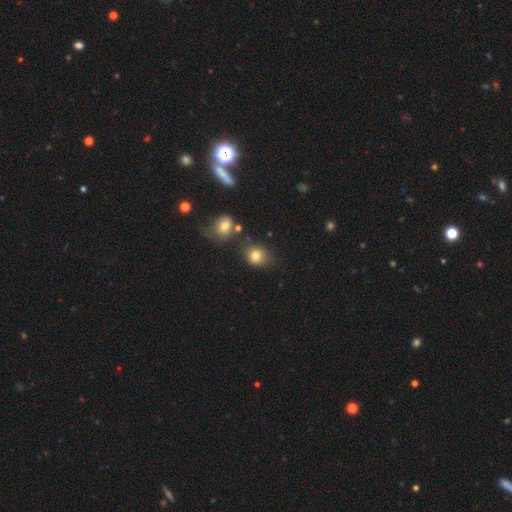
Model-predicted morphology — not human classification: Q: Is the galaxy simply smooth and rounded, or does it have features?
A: smooth — 80%.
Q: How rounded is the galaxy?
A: round — 72%.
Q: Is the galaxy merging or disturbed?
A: none — 66%.